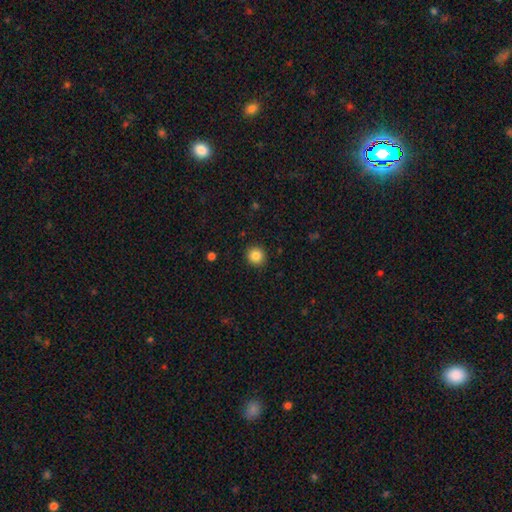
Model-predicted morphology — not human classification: smooth_or_featured: smooth (p=0.85) [alt: star or artifact p=0.10]
how_rounded: round (p=0.91) [alt: in between p=0.08]
merging: none (p=0.92) [alt: minor disturbance p=0.06]